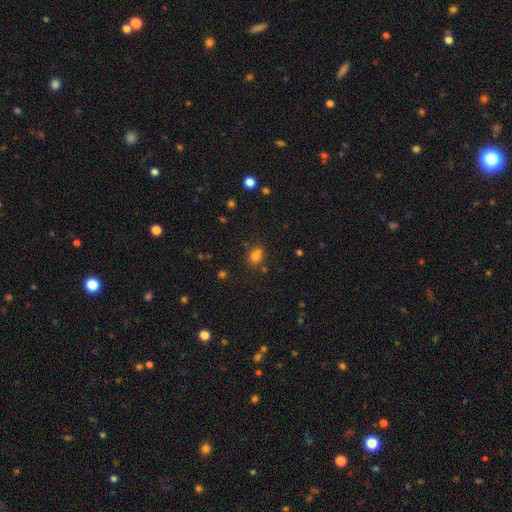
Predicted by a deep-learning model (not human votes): Smooth or featured?
  - smooth: 77% *
  - star or artifact: 15%
  - featured or disk: 8%
How rounded?
  - in between: 60% *
  - round: 39%
  - cigar-shaped: 2%
Merging?
  - none: 68% *
  - minor disturbance: 18%
  - merger: 9%
  - major disturbance: 5%